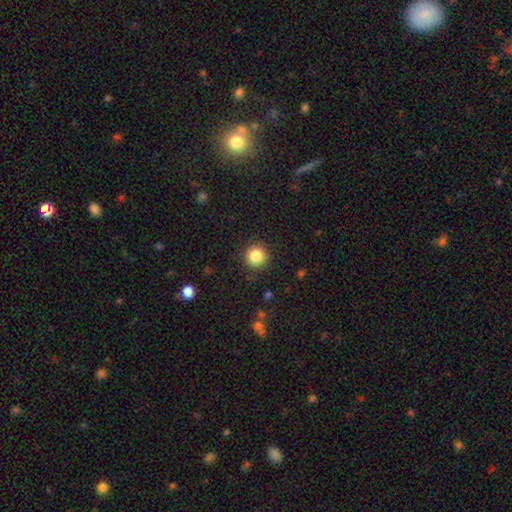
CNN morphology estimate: Smooth or featured: smooth — 85% (star or artifact — 11%)
How rounded: round — 94% (in between — 5%)
Merging: none — 90% (minor disturbance — 7%)